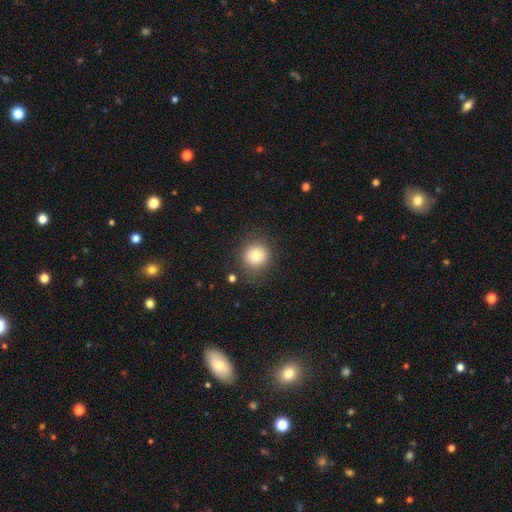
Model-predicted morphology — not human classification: smooth_or_featured: smooth (p=0.80) [alt: star or artifact p=0.11]
how_rounded: round (p=0.90) [alt: in between p=0.09]
merging: none (p=0.83) [alt: minor disturbance p=0.10]